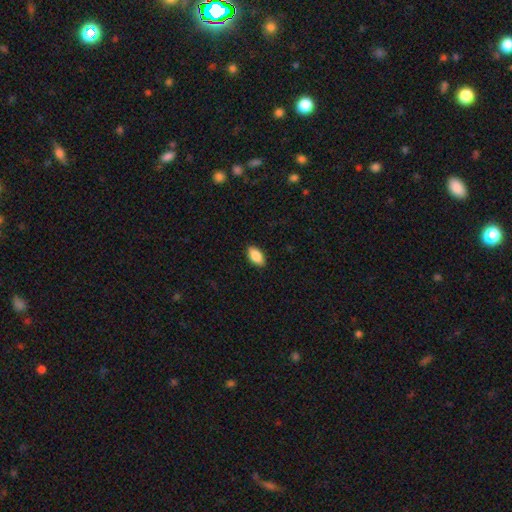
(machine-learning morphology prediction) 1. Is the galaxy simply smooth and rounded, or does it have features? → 86% smooth, 7% featured or disk, 7% star or artifact.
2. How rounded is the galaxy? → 92% in between, 5% cigar-shaped, 3% round.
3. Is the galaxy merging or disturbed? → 88% none, 9% minor disturbance, 2% major disturbance, 1% merger.